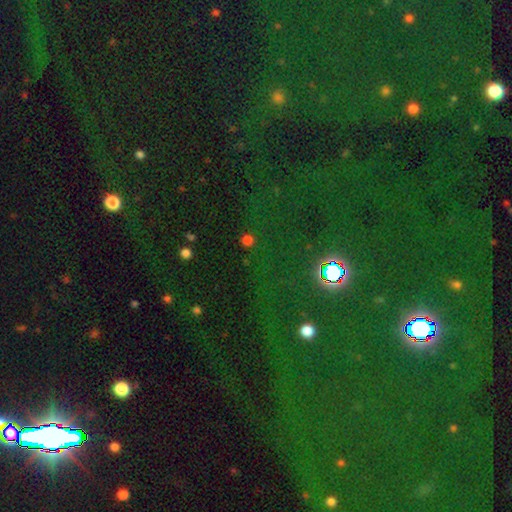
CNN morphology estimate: type=star or artifact (79%).